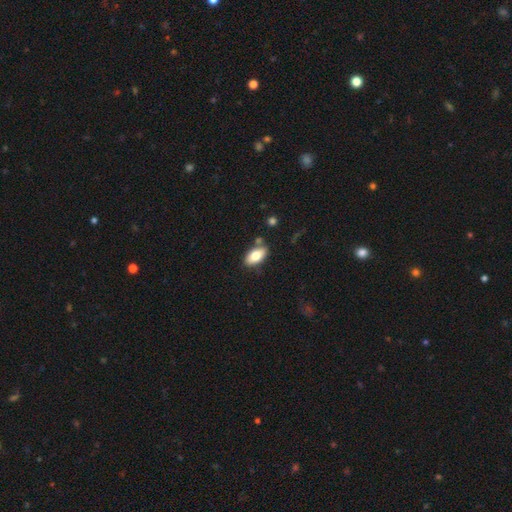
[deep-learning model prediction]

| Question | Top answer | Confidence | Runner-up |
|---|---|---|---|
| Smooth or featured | smooth | 78% | featured or disk (16%) |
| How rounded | in between | 92% | cigar-shaped (5%) |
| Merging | none | 77% | minor disturbance (12%) |